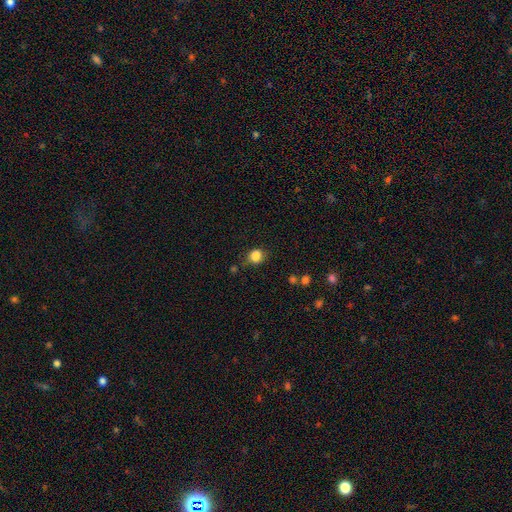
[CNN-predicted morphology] Smooth or featured?
  - smooth: 84% *
  - star or artifact: 11%
  - featured or disk: 5%
How rounded?
  - round: 67% *
  - in between: 32%
  - cigar-shaped: 1%
Merging?
  - none: 71% *
  - minor disturbance: 20%
  - major disturbance: 6%
  - merger: 3%